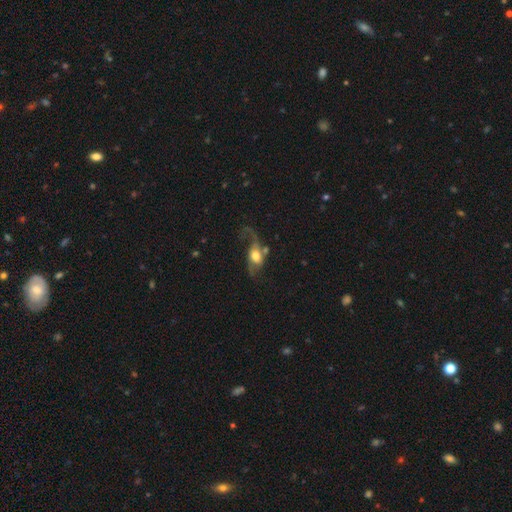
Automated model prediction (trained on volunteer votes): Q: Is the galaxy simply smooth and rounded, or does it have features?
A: featured or disk — 60%.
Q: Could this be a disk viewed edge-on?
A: no — 91%.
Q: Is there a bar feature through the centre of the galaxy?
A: no — 63%.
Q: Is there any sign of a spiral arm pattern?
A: yes — 81%.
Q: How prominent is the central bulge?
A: moderate — 50%.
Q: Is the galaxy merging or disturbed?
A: major disturbance — 36%, tied with none.